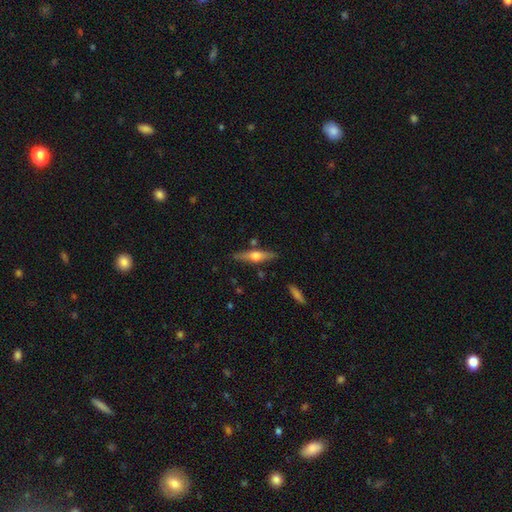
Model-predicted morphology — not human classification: This appears to be a featured or disk galaxy (62%) viewed edge-on (95%) with a rounded central bulge (94%). Merging: none (84%).